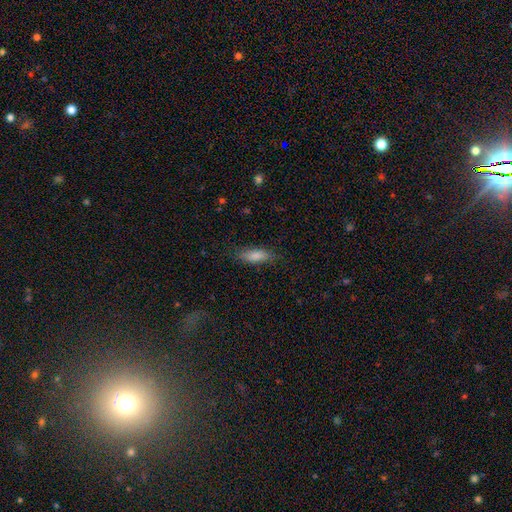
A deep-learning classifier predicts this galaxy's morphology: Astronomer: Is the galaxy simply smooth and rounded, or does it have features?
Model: smooth — 84%.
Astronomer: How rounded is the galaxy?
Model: in between — 66%.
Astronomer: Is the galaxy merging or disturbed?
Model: none — 81%.